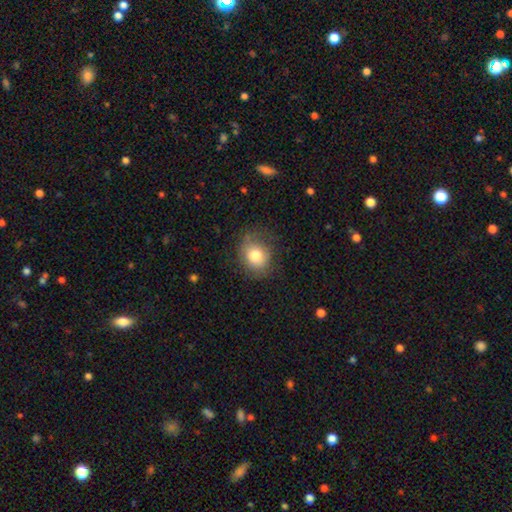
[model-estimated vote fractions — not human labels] Overall: smooth (78%). How rounded: round (70%). Merging: none (70%).